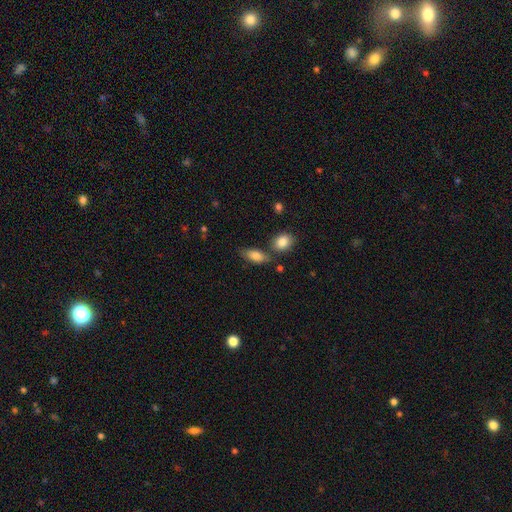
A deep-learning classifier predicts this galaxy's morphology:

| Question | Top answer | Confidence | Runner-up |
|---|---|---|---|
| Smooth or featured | smooth | 81% | featured or disk (12%) |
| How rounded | in between | 84% | cigar-shaped (12%) |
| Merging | none | 66% | minor disturbance (16%) |